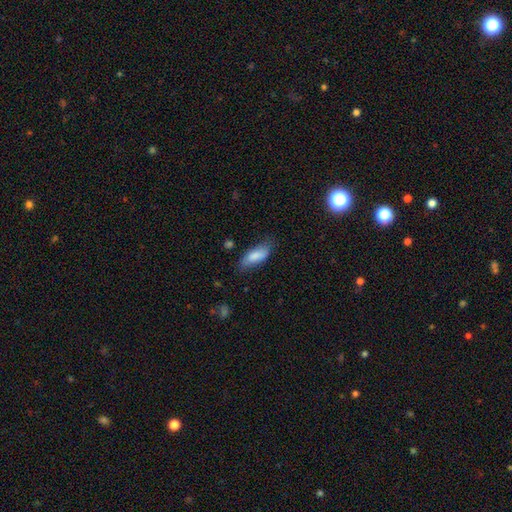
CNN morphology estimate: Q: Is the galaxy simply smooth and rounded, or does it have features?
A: smooth — 83%.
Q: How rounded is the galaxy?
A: in between — 76%.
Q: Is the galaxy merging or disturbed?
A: none — 66%.